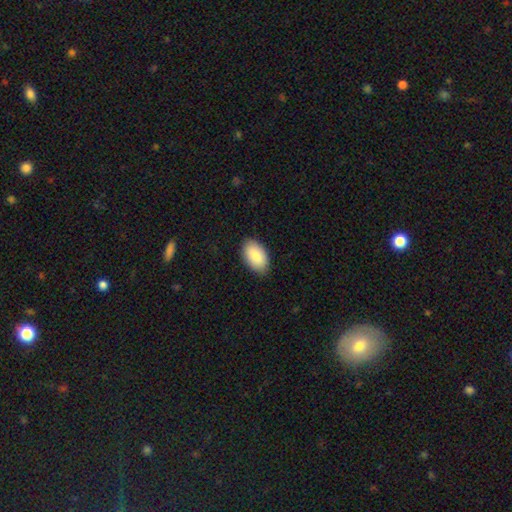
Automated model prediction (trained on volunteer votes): Smooth or featured: smooth — 87% (featured or disk — 7%)
How rounded: in between — 94% (round — 4%)
Merging: none — 86% (minor disturbance — 11%)